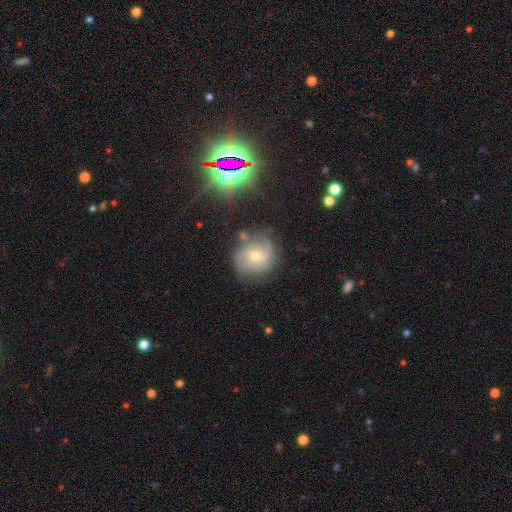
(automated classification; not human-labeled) Q: Smooth or featured?
A: featured or disk (62%); runner-up: smooth (27%)
Q: Edge-on disk?
A: no (97%); runner-up: yes (3%)
Q: Bar?
A: no (65%); runner-up: weak (28%)
Q: Spiral arms?
A: yes (85%); runner-up: no (15%)
Q: Spiral winding?
A: tight (41%); runner-up: medium (40%)
Q: Spiral arm count?
A: 2 (43%); runner-up: can't tell (26%)
Q: Bulge size?
A: moderate (59%); runner-up: small (37%)
Q: Merging?
A: none (68%); runner-up: minor disturbance (20%)